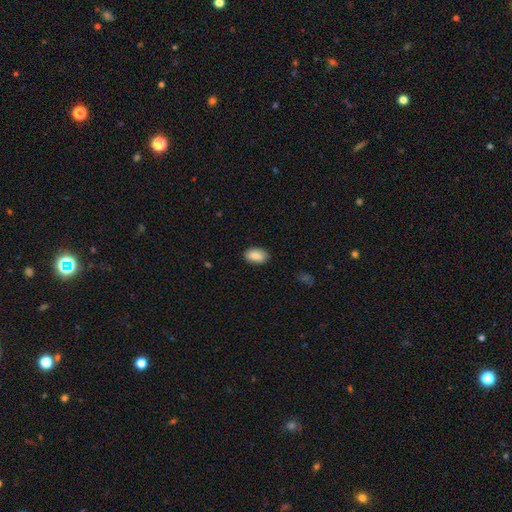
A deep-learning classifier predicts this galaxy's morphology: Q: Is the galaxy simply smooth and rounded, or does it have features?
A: smooth — 86%.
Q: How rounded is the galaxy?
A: in between — 93%.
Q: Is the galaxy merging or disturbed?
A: none — 85%.